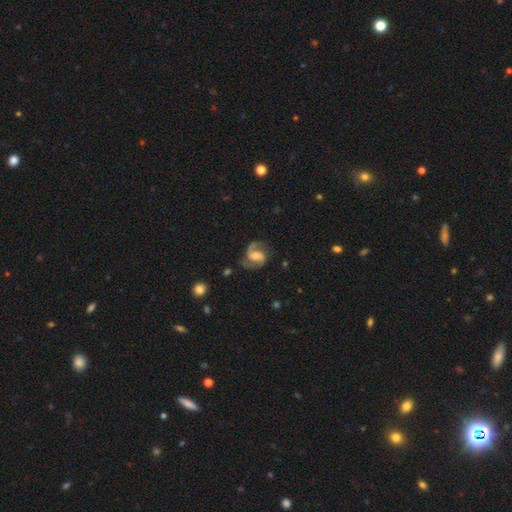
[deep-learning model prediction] Smooth or featured: featured or disk — 85% (smooth — 9%)
Edge-on disk: no — 98% (yes — 2%)
Bar: weak — 46% (no — 34%)
Spiral arms: yes — 97% (no — 3%)
Spiral winding: medium — 57% (loose — 27%)
Spiral arm count: 2 — 90% (1 — 3%)
Bulge size: moderate — 49% (small — 28%)
Merging: none — 71% (minor disturbance — 17%)